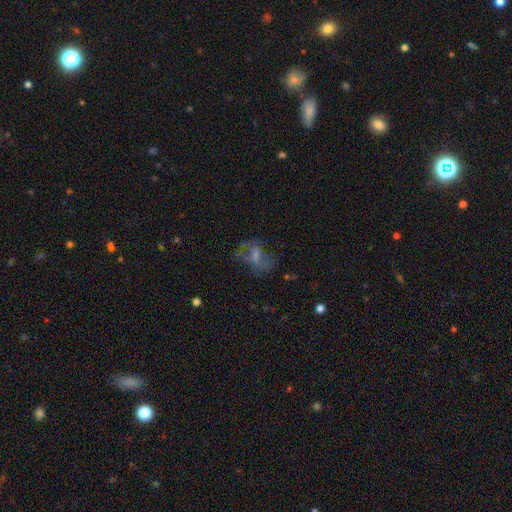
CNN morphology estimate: Overall: featured or disk (47%; smooth 37%). Merging: none (43%; major disturbance 33%).